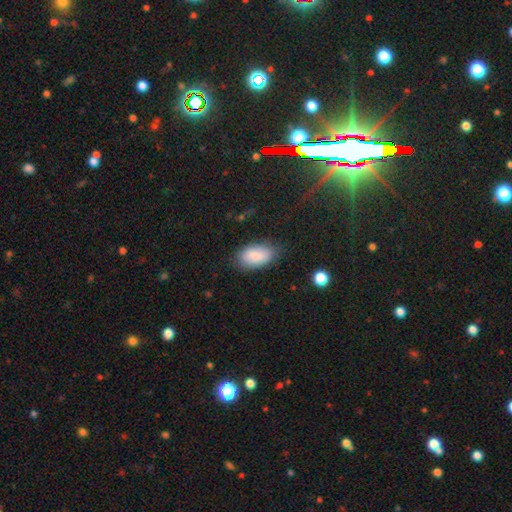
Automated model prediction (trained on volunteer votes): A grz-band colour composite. It shows a smooth galaxy with no disk features (84%) that is in between round and cigar-shaped (93%). Merging: none (73%).